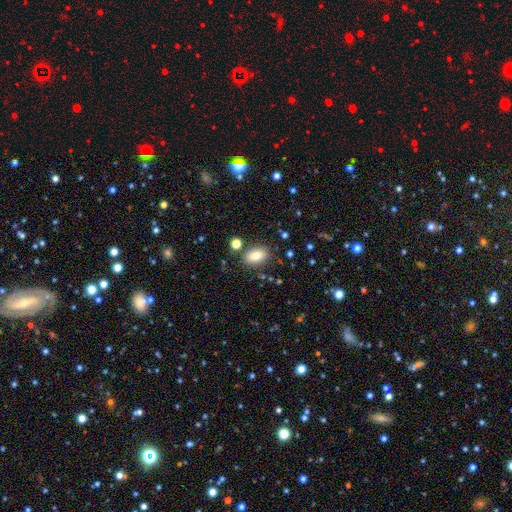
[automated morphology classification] Smooth or featured? smooth (82%)
How rounded? in between (89%)
Merging? none (81%)